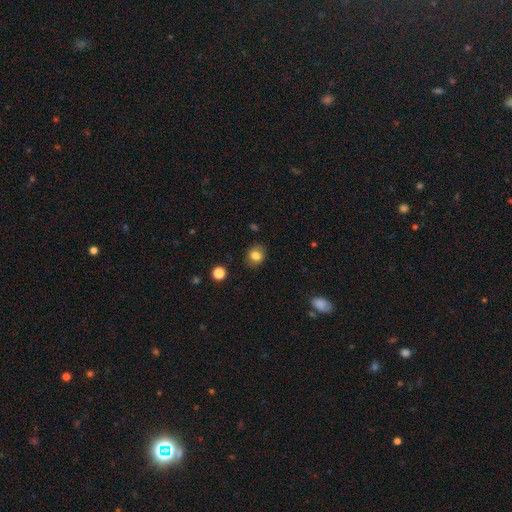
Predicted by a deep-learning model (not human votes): smooth-or-featured: smooth: 82% | star or artifact: 11% | featured or disk: 7%
  how-rounded: round: 72% | in between: 27% | cigar-shaped: 1%
  merging: none: 86% | minor disturbance: 10% | major disturbance: 3% | merger: 1%